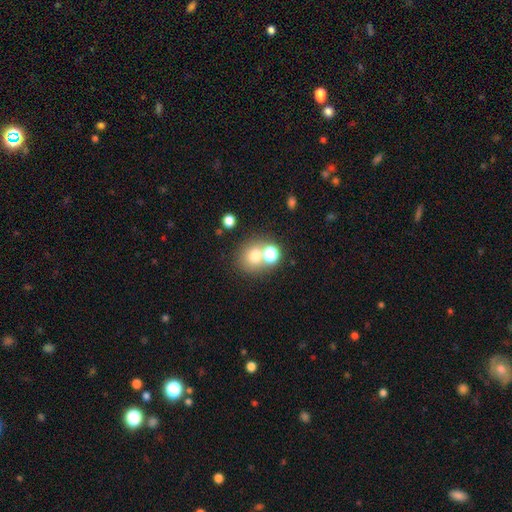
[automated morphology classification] Smooth or featured? smooth (69%)
How rounded? round (85%)
Merging? none (56%)